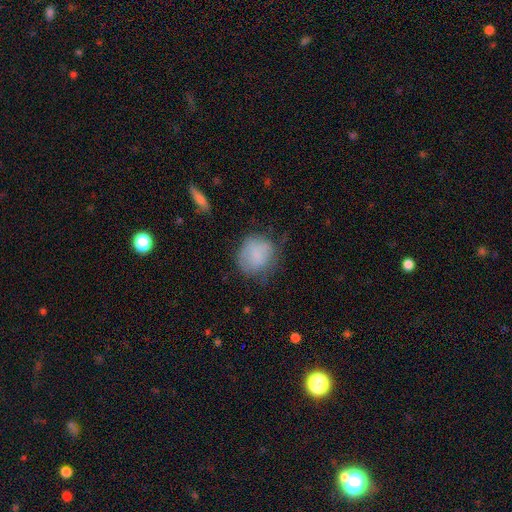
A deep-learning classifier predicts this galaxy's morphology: A smooth galaxy with no disk features (77%) that is round (76%). Merging: none (55%).